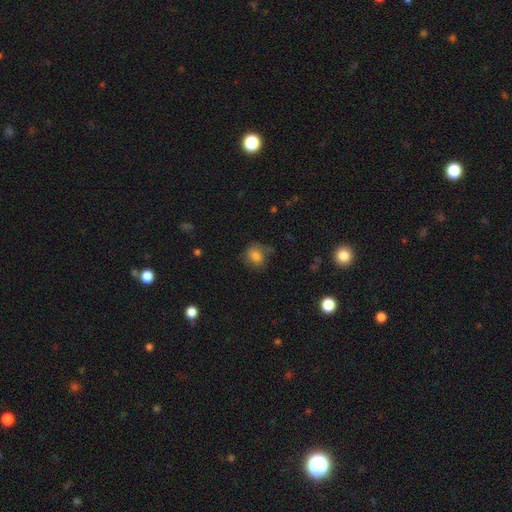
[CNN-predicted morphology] type=smooth (79%); roundness=round (66%); merging=none (63%).